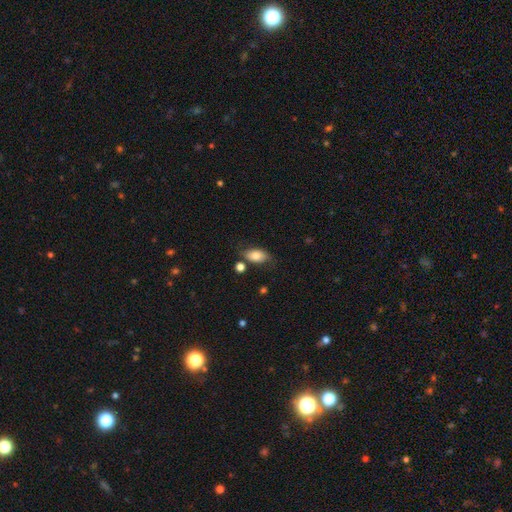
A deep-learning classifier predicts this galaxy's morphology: smooth-or-featured: smooth: 78% | featured or disk: 15% | star or artifact: 8%
  how-rounded: in between: 91% | round: 7% | cigar-shaped: 3%
  merging: none: 70% | minor disturbance: 19% | merger: 6% | major disturbance: 5%